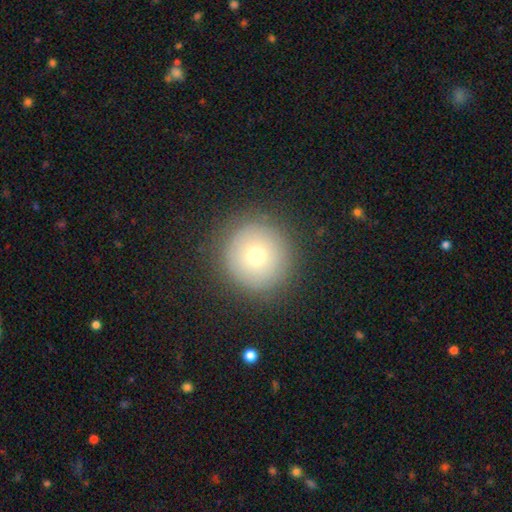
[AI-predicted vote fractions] Morphology: type=smooth (70%); roundness=round (96%); merging=none (88%).